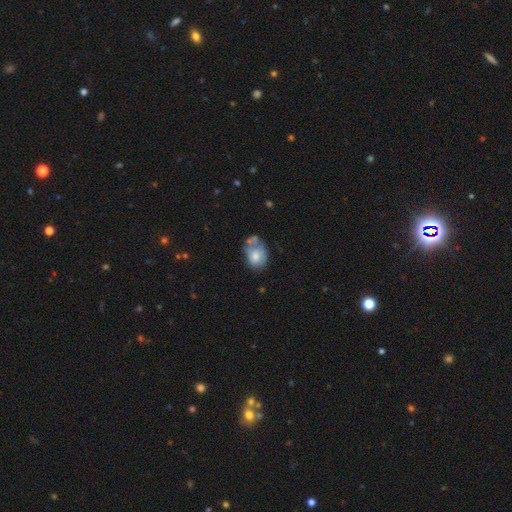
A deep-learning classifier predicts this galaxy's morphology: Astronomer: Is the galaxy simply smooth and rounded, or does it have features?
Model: smooth — 62%.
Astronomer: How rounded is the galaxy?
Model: in between — 70%.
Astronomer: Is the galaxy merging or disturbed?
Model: none — 35% (runner-up: minor disturbance, 28%).